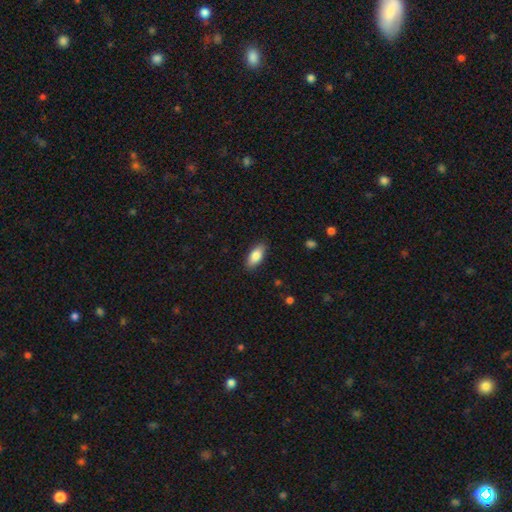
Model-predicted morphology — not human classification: This is clearly a smooth galaxy (84%). How rounded: clearly in between (85%). Merging: clearly none (87%).